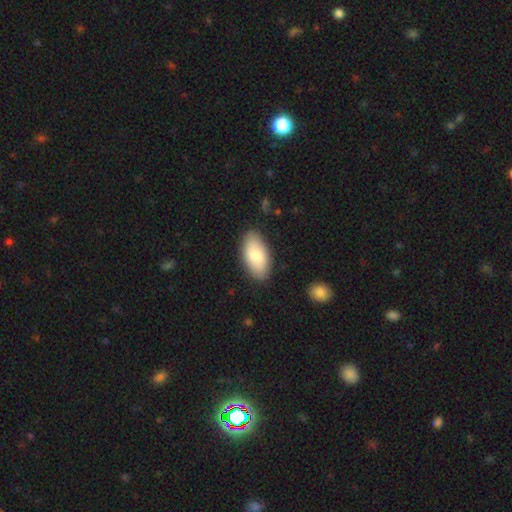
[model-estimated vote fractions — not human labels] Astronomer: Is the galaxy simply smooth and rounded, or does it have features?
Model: smooth — 78%.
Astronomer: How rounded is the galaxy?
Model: in between — 94%.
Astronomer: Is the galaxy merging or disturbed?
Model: none — 85%.